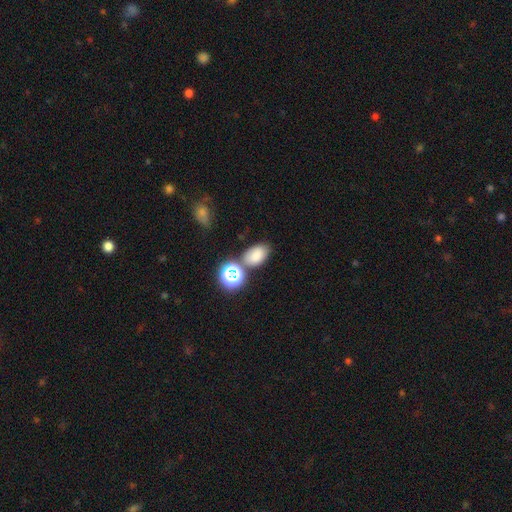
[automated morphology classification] This is likely a smooth galaxy (76%). How rounded: clearly in between (80%). Merging: likely none (70%).